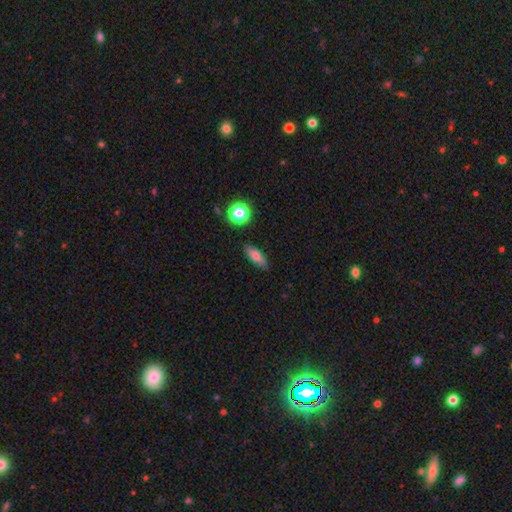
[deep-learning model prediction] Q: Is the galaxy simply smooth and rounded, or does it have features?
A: smooth — 75%.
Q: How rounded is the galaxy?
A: in between — 62%.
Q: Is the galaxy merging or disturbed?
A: none — 86%.